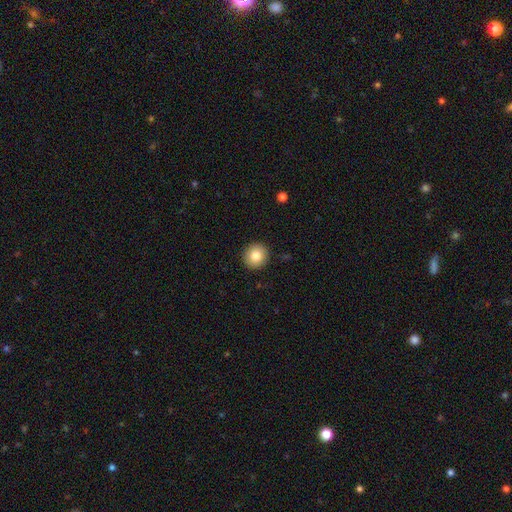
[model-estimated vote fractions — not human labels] Q: Smooth or featured?
A: smooth (83%); runner-up: star or artifact (9%)
Q: How rounded?
A: round (90%); runner-up: in between (9%)
Q: Merging?
A: none (92%); runner-up: minor disturbance (5%)